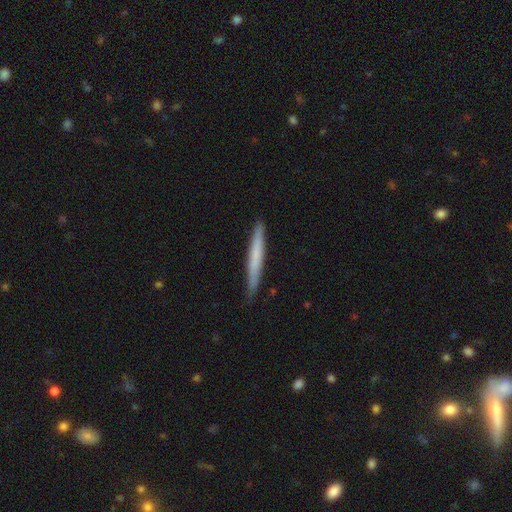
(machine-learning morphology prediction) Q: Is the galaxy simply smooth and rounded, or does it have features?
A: smooth — 61%.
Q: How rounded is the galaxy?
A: cigar-shaped — 97%.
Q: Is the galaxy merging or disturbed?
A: none — 88%.